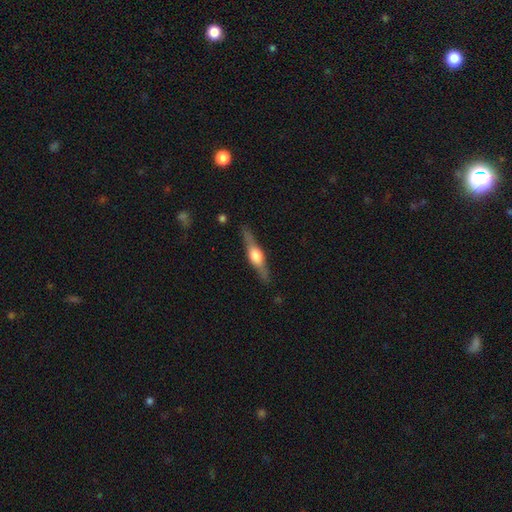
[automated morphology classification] Smooth or featured? Predicted: featured or disk (p=0.71). Edge-on disk? Predicted: yes (p=0.96). Edge-on bulge? Predicted: rounded (p=0.89). Merging? Predicted: none (p=0.85).